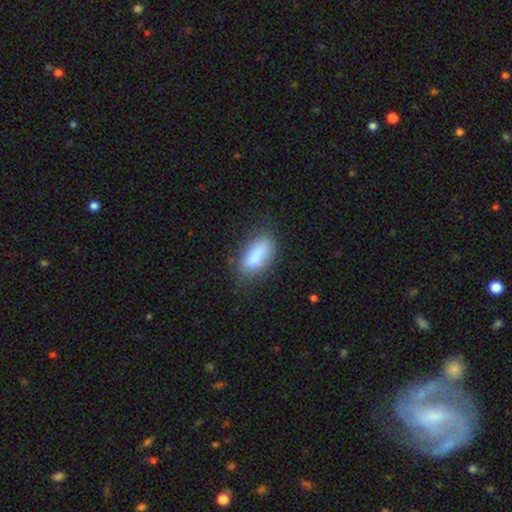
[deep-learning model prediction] A smooth galaxy with no disk features (85%) that is in between round and cigar-shaped (85%).

Vote fractions:
- Smooth or featured? smooth: 85% / star or artifact: 8% / featured or disk: 7%
- How rounded? in between: 85% / cigar-shaped: 13% / round: 3%
- Merging? none: 72% / minor disturbance: 20% / major disturbance: 5% / merger: 2%